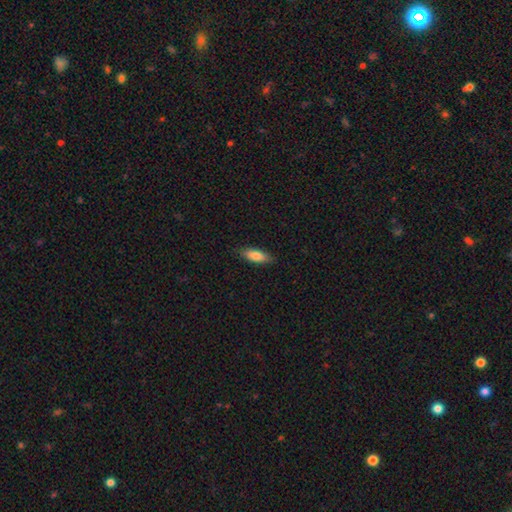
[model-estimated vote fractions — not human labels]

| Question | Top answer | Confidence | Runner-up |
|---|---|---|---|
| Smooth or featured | smooth | 80% | featured or disk (14%) |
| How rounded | in between | 65% | cigar-shaped (33%) |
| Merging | none | 86% | minor disturbance (11%) |